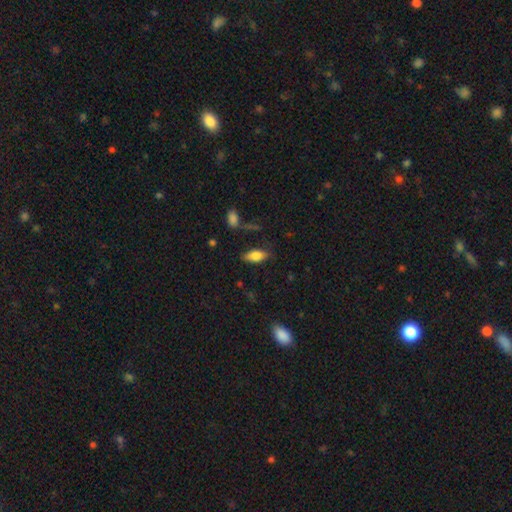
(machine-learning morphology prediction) Overall: smooth (76%). How rounded: in between (82%). Merging: none (79%).